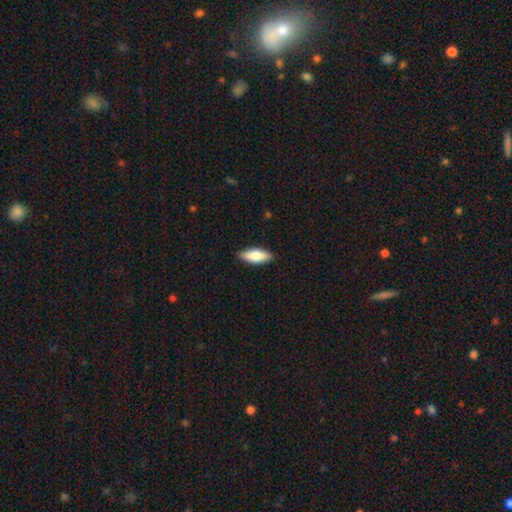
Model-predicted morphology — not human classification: A smooth galaxy with no disk features (77%) that is in between round and cigar-shaped (67%).

Vote fractions:
- Smooth or featured? smooth: 77% / featured or disk: 18% / star or artifact: 5%
- How rounded? in between: 67% / cigar-shaped: 31% / round: 2%
- Merging? none: 88% / minor disturbance: 9% / major disturbance: 2% / merger: 1%